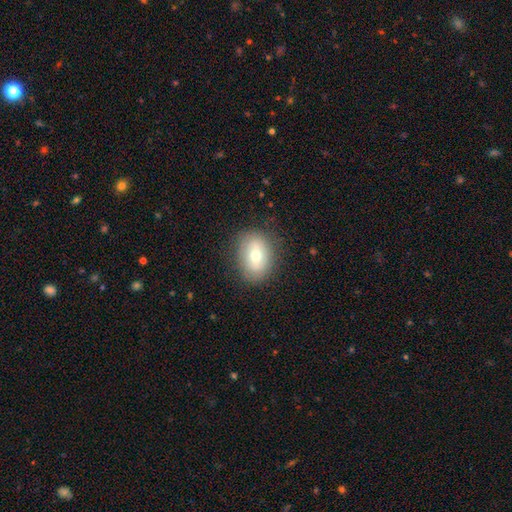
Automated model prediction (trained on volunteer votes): The model was most divided on "smooth or featured": smooth: 63%, featured or disk: 28%, star or artifact: 9%. More confident: merging — none (82%); how rounded — in between (67%).